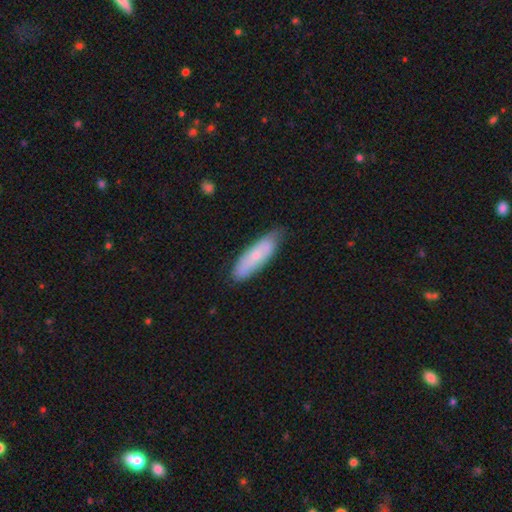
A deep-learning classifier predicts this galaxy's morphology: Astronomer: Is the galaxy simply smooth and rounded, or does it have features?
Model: smooth — 63%.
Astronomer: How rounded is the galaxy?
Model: cigar-shaped — 50% (runner-up: in between, 48%).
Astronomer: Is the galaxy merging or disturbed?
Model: none — 75%.